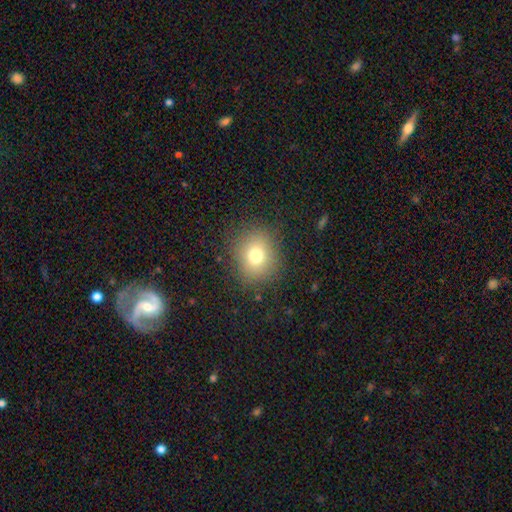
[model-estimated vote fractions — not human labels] This appears to be a smooth galaxy with no disk features (73%) that is round (77%). Merging: none (84%).